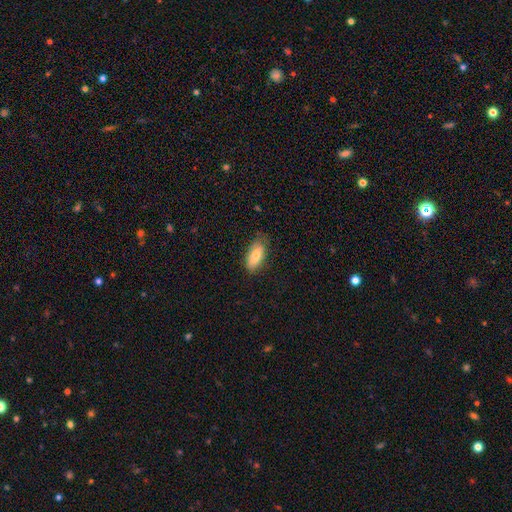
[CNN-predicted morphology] Smooth or featured? Predicted: smooth (p=0.78). How rounded? Predicted: in between (p=0.83). Merging? Predicted: none (p=0.73).